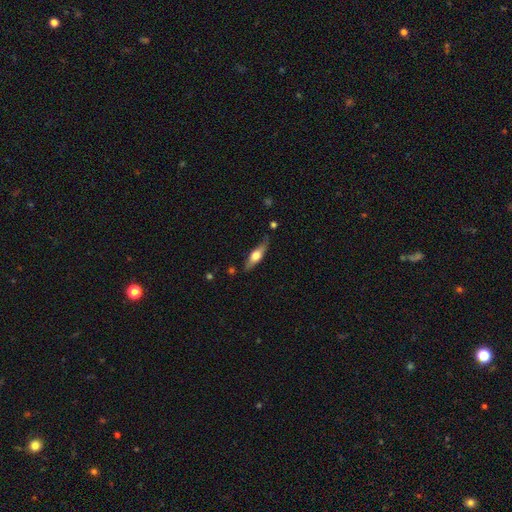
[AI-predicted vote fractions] featured or disk 50%, smooth 45%, star or artifact 6%. Down the decision tree: merging — none (75%).